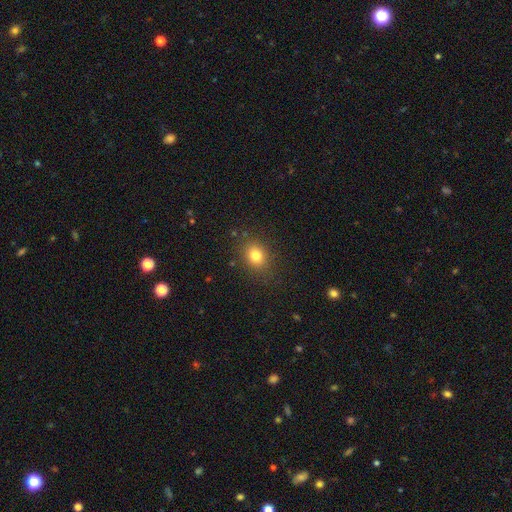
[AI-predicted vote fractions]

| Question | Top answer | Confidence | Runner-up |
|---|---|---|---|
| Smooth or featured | smooth | 80% | star or artifact (12%) |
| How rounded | round | 51% | in between (48%) |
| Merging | none | 84% | minor disturbance (11%) |